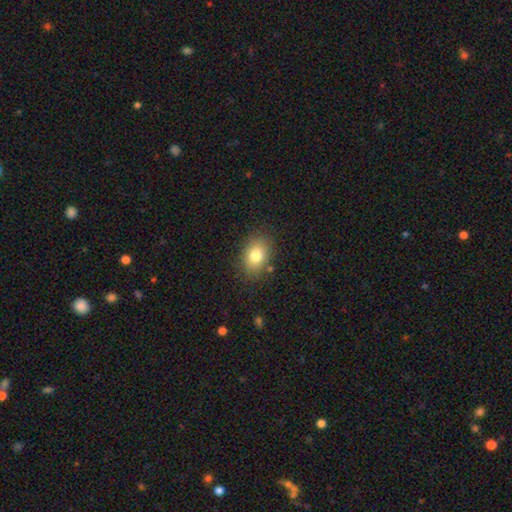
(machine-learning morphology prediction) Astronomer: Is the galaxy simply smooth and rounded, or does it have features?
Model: smooth — 79%.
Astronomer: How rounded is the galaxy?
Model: in between — 72%.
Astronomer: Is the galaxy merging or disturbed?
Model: none — 83%.